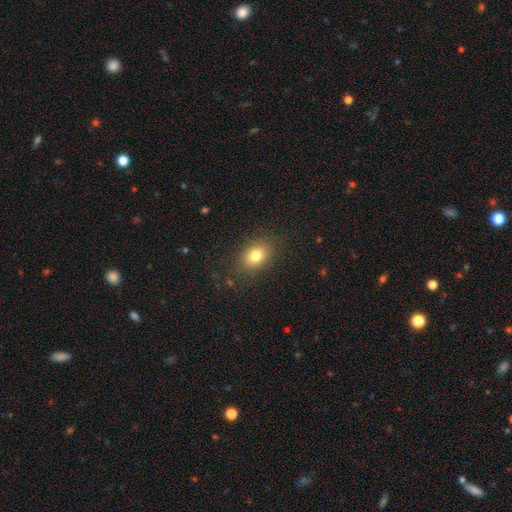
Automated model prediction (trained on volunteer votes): The model was most divided on "how rounded": in between: 67%, round: 31%, cigar-shaped: 1%. More confident: merging — none (85%); smooth or featured — smooth (79%).